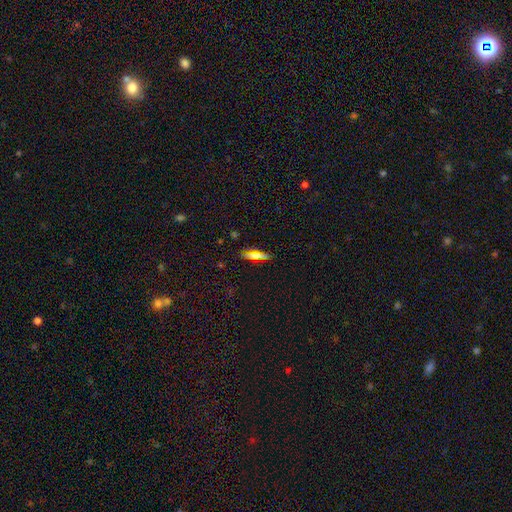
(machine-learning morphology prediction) Q: Smooth or featured?
A: smooth (52%); runner-up: featured or disk (34%)
Q: How rounded?
A: cigar-shaped (73%); runner-up: in between (21%)
Q: Merging?
A: none (88%); runner-up: minor disturbance (8%)